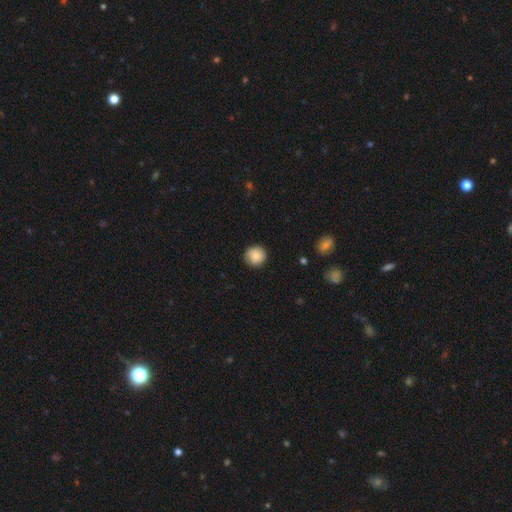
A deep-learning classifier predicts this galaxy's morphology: Smooth or featured? smooth (84%)
How rounded? round (92%)
Merging? none (84%)